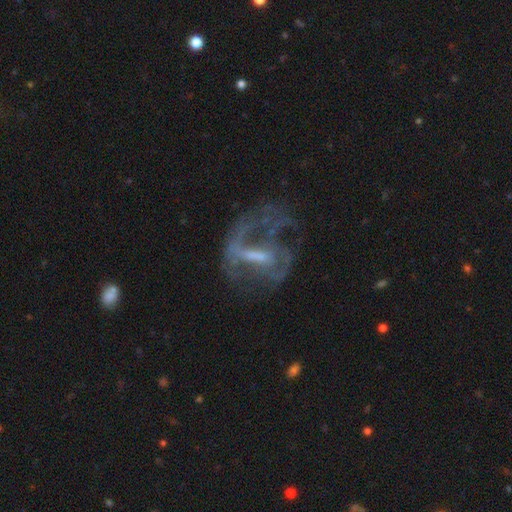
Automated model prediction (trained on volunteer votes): smooth_or_featured: featured or disk (p=0.78) [alt: smooth p=0.12]
disk_edge_on: no (p=0.95) [alt: yes p=0.05]
bar: weak (p=0.40) [tied with: strong p=0.40]
has_spiral_arms: yes (p=0.72) [alt: no p=0.28]
spiral_winding: loose (p=0.43) [alt: medium p=0.40]
spiral_arm_count: 2 (p=0.44) [alt: can't tell p=0.24]
bulge_size: small (p=0.38) [alt: moderate p=0.30]
merging: major disturbance (p=0.40) [tied with: none p=0.40]